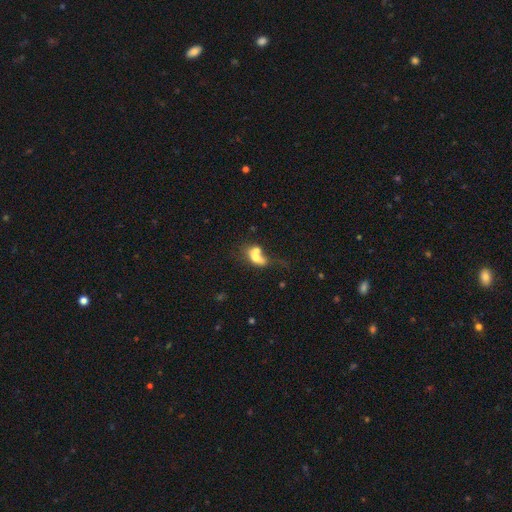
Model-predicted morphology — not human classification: smooth_or_featured: smooth (p=0.60) [alt: featured or disk p=0.30]
how_rounded: in between (p=0.72) [alt: round p=0.20]
merging: merger (p=0.60) [alt: none p=0.16]